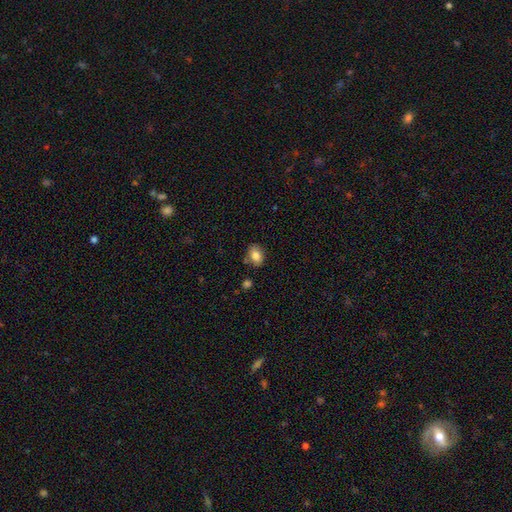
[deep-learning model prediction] Smooth or featured? Predicted: smooth (p=0.82). How rounded? Predicted: in between (p=0.67). Merging? Predicted: none (p=0.76).